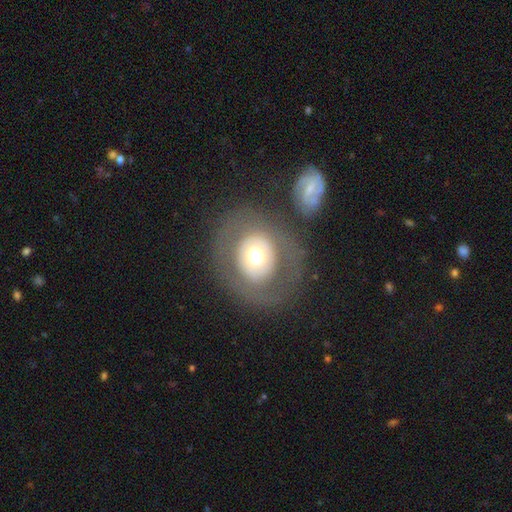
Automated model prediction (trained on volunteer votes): A smooth galaxy with no disk features (46%, tied with featured or disk).

Vote fractions:
- Smooth or featured? smooth: 46% (tied) / featured or disk: 46% (tied) / star or artifact: 8%
- Merging? none: 75% / minor disturbance: 11% / major disturbance: 10% / merger: 4%